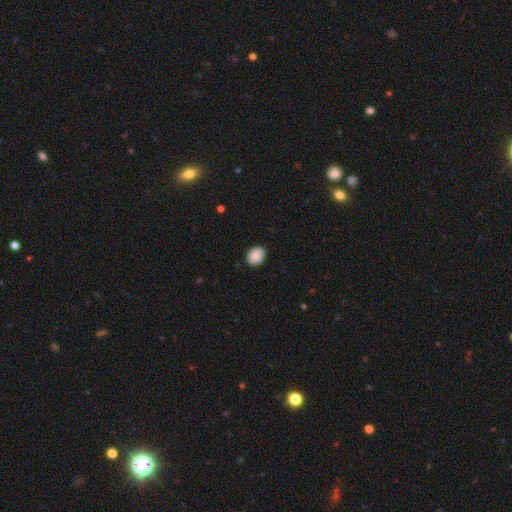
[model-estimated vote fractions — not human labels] Smooth or featured? smooth (86%)
How rounded? in between (52%)
Merging? none (84%)